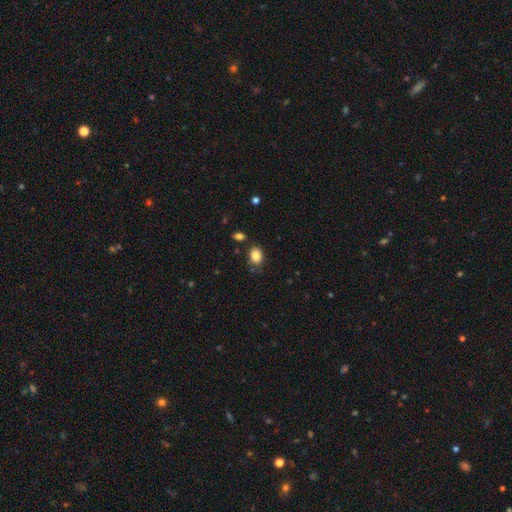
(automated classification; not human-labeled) This appears to be a smooth galaxy with no disk features (85%) that is in between round and cigar-shaped (64%). Merging: none (75%).